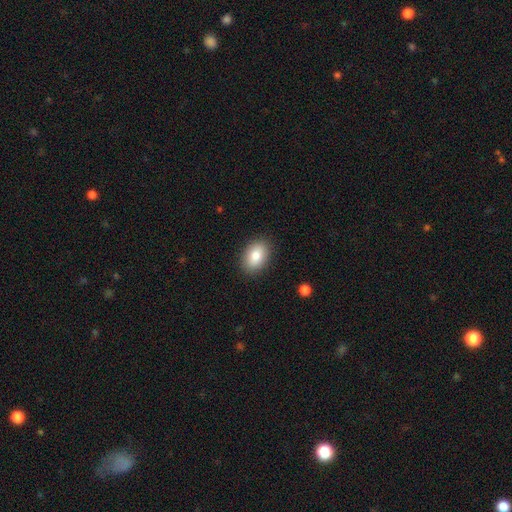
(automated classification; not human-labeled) The model was most divided on "how rounded": in between: 84%, round: 15%, cigar-shaped: 1%. More confident: merging — none (88%); smooth or featured — smooth (84%).